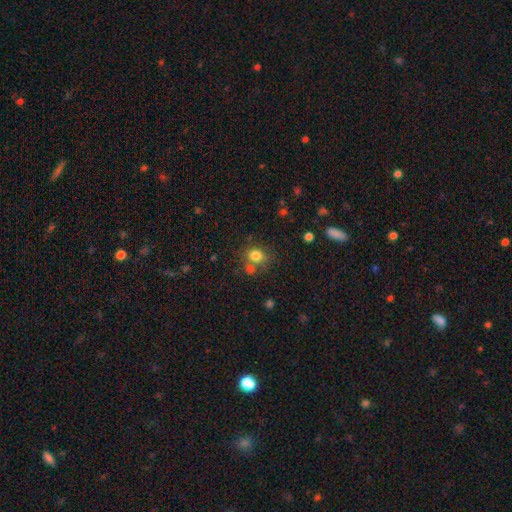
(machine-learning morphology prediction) Smooth or featured?
  - smooth: 78% *
  - star or artifact: 12%
  - featured or disk: 9%
How rounded?
  - round: 60% *
  - in between: 39%
  - cigar-shaped: 1%
Merging?
  - none: 60% *
  - merger: 21%
  - minor disturbance: 14%
  - major disturbance: 5%